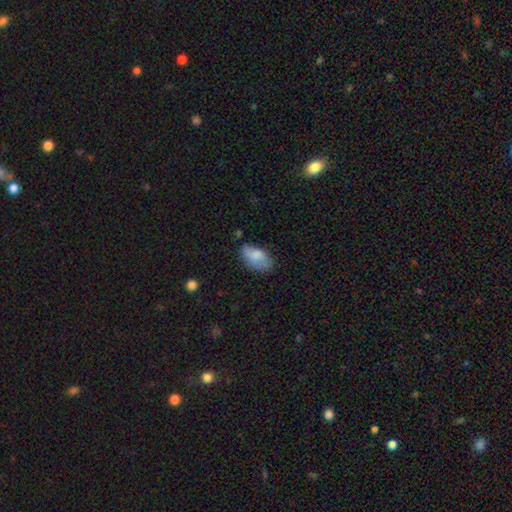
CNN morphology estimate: type=smooth (78%); roundness=in between (93%); merging=none (58%).